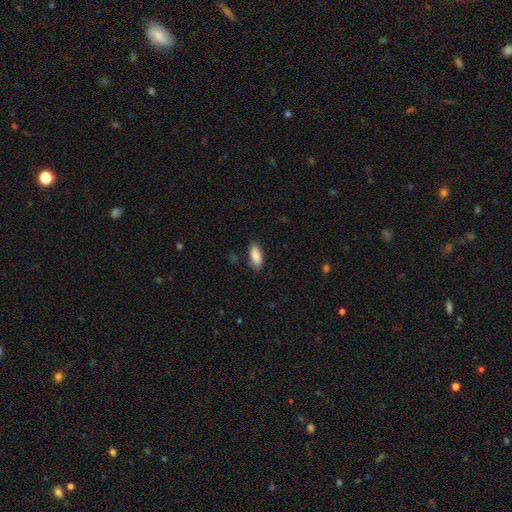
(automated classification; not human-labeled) smooth 87%, featured or disk 7%, star or artifact 6%. Down the decision tree: how rounded — in between (79%); merging — none (82%).